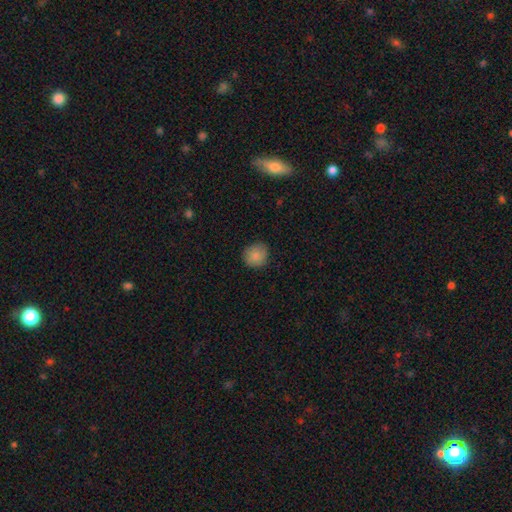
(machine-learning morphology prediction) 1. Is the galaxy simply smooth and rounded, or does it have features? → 87% smooth, 8% star or artifact, 5% featured or disk.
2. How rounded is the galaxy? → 87% round, 12% in between, 1% cigar-shaped.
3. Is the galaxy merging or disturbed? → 86% none, 11% minor disturbance, 2% major disturbance, 1% merger.